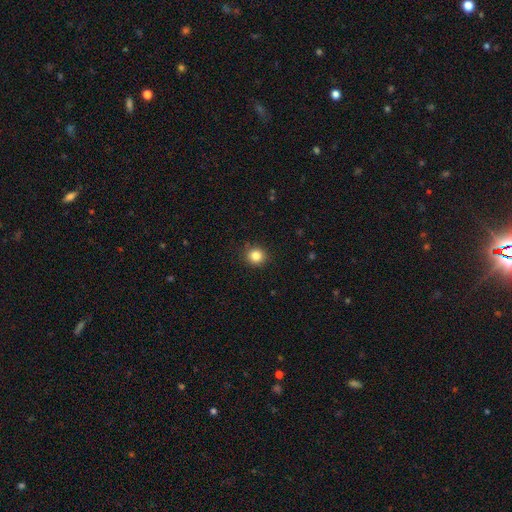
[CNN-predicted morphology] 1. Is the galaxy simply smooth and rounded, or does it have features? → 85% smooth, 11% star or artifact, 5% featured or disk.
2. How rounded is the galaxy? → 90% round, 10% in between, 1% cigar-shaped.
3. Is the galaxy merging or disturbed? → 90% none, 7% minor disturbance, 2% major disturbance, 1% merger.